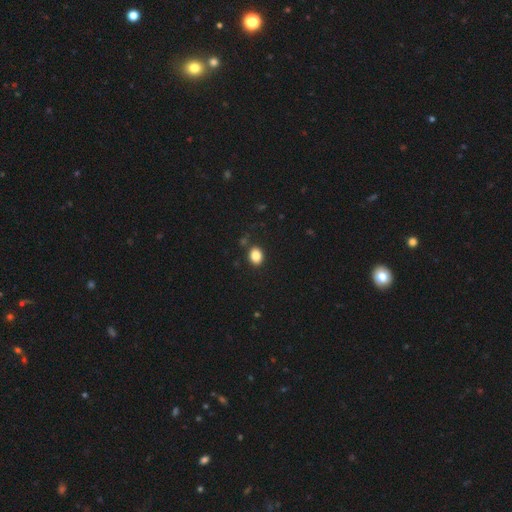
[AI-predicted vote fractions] Smooth or featured? Predicted: smooth (p=0.85). How rounded? Predicted: in between (p=0.59). Merging? Predicted: none (p=0.85).